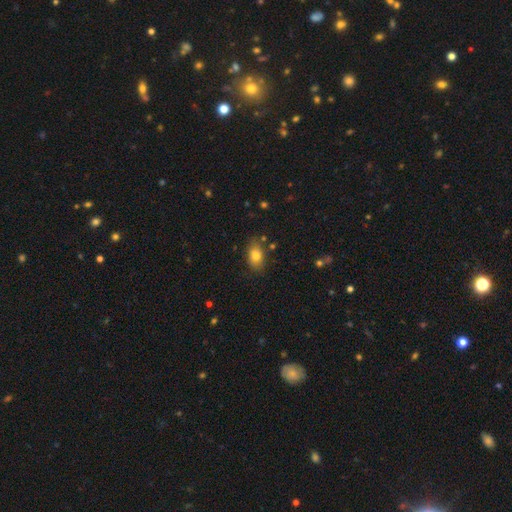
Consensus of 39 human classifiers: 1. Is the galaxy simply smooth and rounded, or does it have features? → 90% smooth, 8% featured or disk, 3% star or artifact.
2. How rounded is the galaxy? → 77% in between, 17% round, 6% cigar-shaped.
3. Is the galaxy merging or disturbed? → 84% none, 11% minor disturbance, 3% major disturbance, 3% merger.